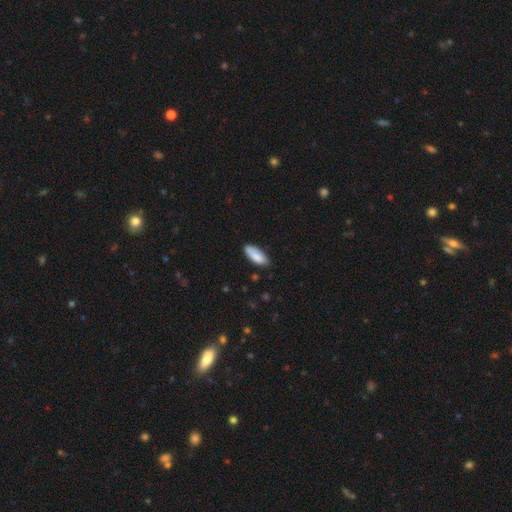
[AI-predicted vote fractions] A smooth galaxy with no disk features (87%) that is in between round and cigar-shaped (76%). Merging: none (79%).